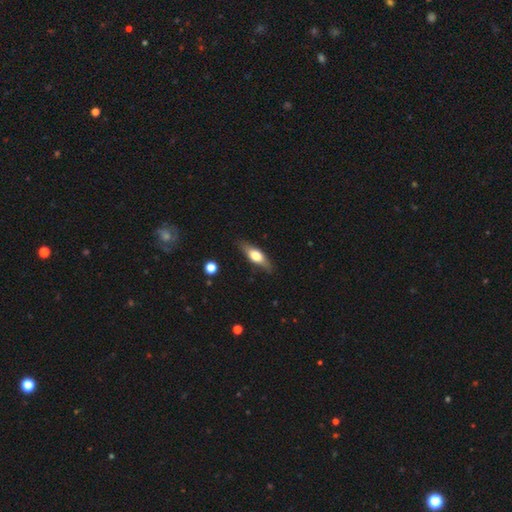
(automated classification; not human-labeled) This appears to be a smooth galaxy with no disk features (56%) that is in between round and cigar-shaped (55%). Merging: none (83%).